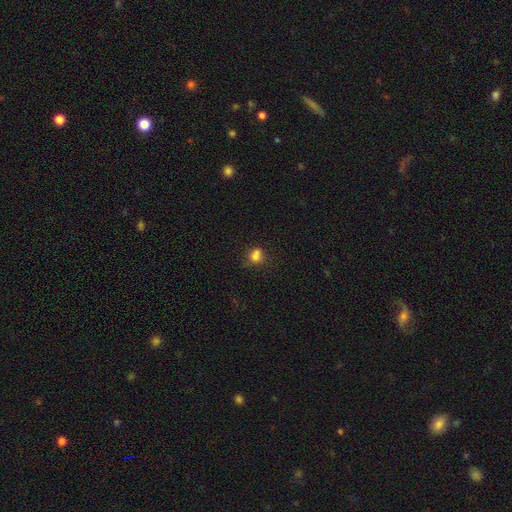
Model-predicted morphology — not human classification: This appears to be a smooth galaxy with no disk features (76%) that is round (56%). Merging: none (47%).